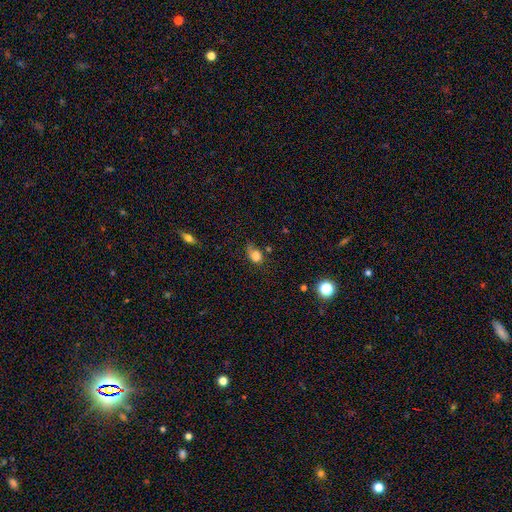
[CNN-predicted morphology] smooth_or_featured: smooth (p=0.77) [alt: star or artifact p=0.11]
how_rounded: in between (p=0.60) [alt: round p=0.38]
merging: none (p=0.37) [alt: minor disturbance p=0.35]